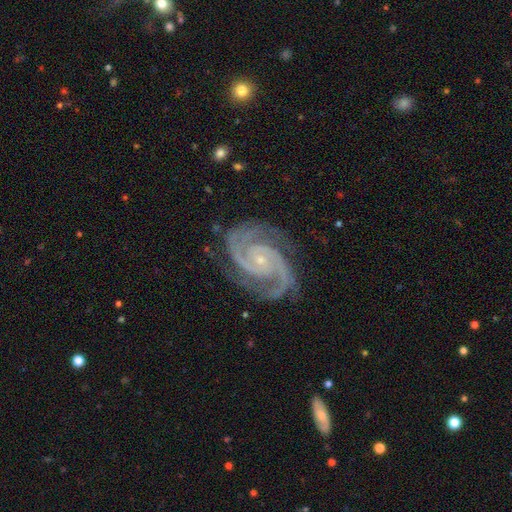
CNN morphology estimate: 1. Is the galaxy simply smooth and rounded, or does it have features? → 93% featured or disk, 5% star or artifact, 2% smooth.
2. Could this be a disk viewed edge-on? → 98% no, 2% yes.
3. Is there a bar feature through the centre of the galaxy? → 61% no, 26% weak, 13% strong.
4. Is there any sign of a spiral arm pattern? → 99% yes, 1% no.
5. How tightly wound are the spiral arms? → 59% tight, 37% medium, 4% loose.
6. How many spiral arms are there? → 73% 2, 15% 3, 3% 4, 3% can't tell, 3% more than 4, 3% 1.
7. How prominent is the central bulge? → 82% small, 12% moderate, 4% none, 1% large, 1% dominant.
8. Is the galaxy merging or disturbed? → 81% none, 13% minor disturbance, 4% major disturbance, 1% merger.